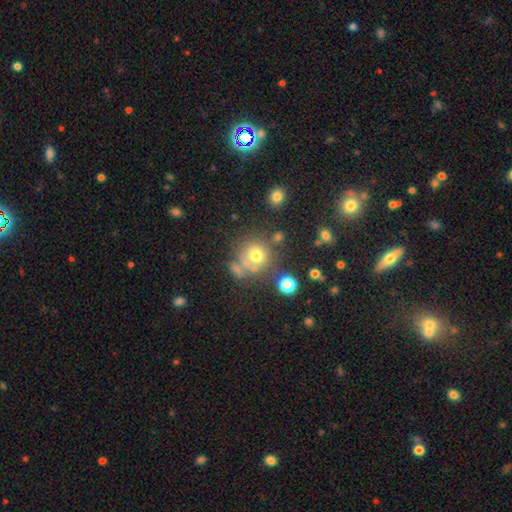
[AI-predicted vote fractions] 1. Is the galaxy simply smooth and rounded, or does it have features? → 68% smooth, 17% star or artifact, 15% featured or disk.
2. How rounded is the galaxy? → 89% round, 10% in between, 1% cigar-shaped.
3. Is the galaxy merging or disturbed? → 59% none, 20% merger, 13% minor disturbance, 8% major disturbance.